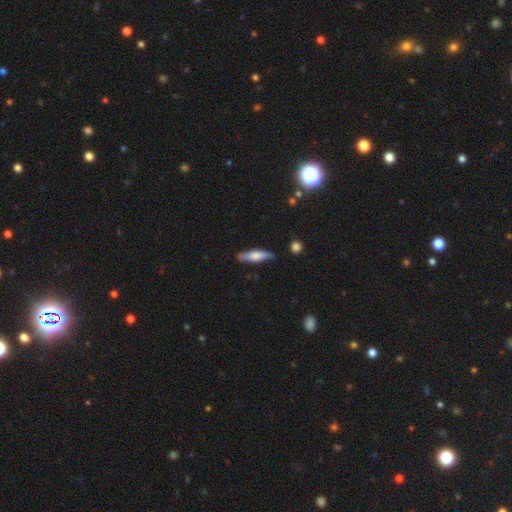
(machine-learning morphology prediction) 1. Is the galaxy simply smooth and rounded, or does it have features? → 58% smooth, 36% featured or disk, 6% star or artifact.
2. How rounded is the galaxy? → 70% cigar-shaped, 28% in between, 2% round.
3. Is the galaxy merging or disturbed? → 79% none, 16% minor disturbance, 3% major disturbance, 2% merger.